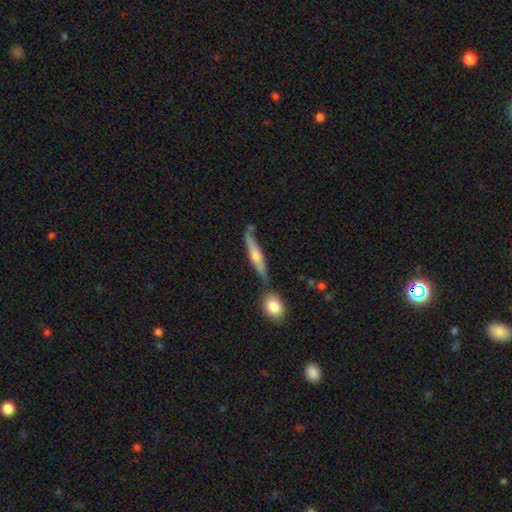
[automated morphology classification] This appears to be a featured or disk galaxy (57%) viewed edge-on (89%) with a rounded central bulge (82%). Merging: none (64%).